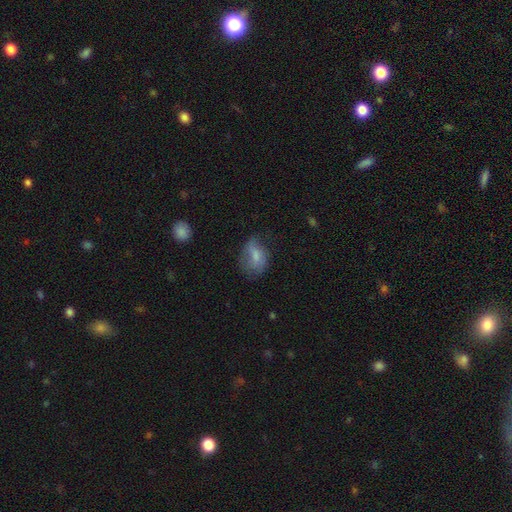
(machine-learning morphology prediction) This is likely a smooth galaxy (61%). How rounded: likely in between (77%). Merging: marginally none (39%).